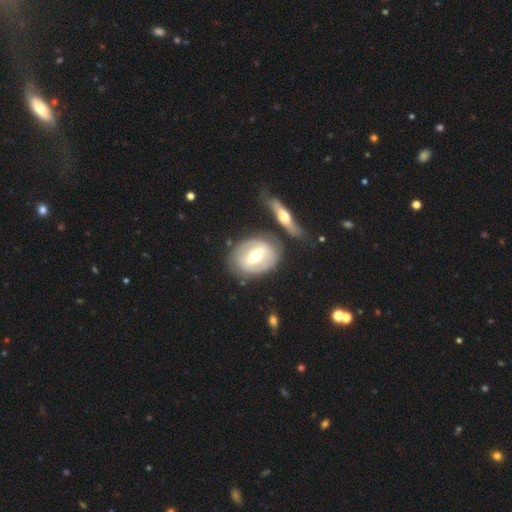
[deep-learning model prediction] Smooth or featured?
  - featured or disk: 67% *
  - smooth: 28%
  - star or artifact: 5%
Edge-on disk?
  - no: 87% *
  - yes: 13%
Bar?
  - strong: 51% *
  - weak: 35%
  - no: 14%
Spiral arms?
  - no: 53% *
  - yes: 47%
Bulge size?
  - moderate: 75% *
  - large: 12%
  - small: 11%
  - dominant: 1%
  - none: 1%
Merging?
  - none: 66% *
  - merger: 14%
  - minor disturbance: 14%
  - major disturbance: 5%